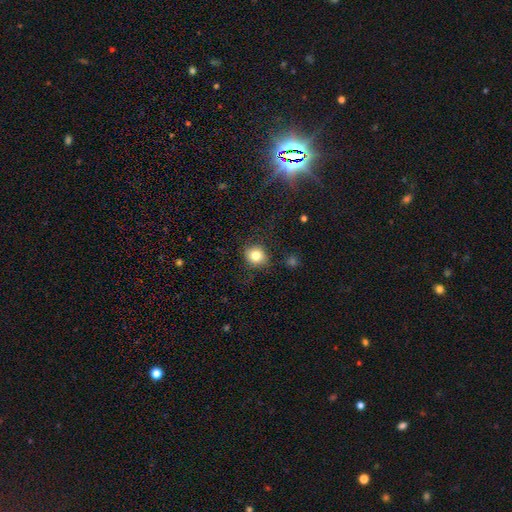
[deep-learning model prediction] Smooth or featured?
  - smooth: 81% *
  - star or artifact: 11%
  - featured or disk: 8%
How rounded?
  - round: 83% *
  - in between: 16%
  - cigar-shaped: 1%
Merging?
  - none: 83% *
  - minor disturbance: 11%
  - major disturbance: 4%
  - merger: 2%